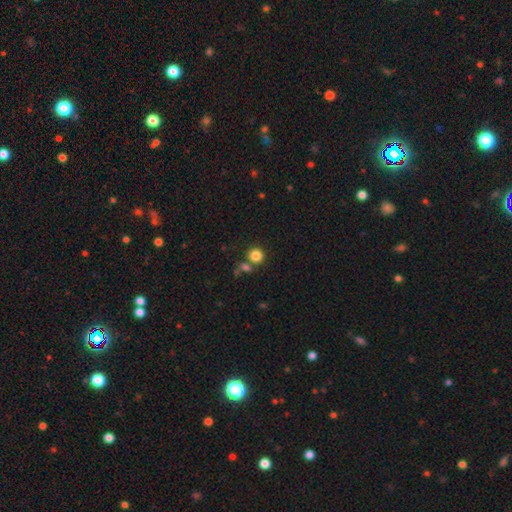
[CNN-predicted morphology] This is clearly a smooth galaxy (83%). How rounded: clearly round (88%). Merging: likely none (71%).